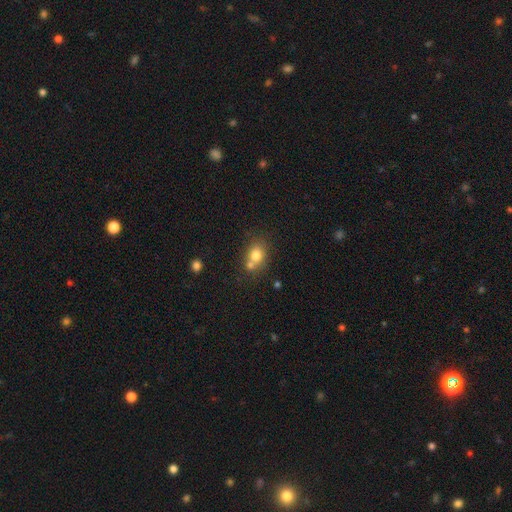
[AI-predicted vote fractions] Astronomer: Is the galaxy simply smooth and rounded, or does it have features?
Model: smooth — 76%.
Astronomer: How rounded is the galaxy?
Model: round — 61% (runner-up: in between, 38%).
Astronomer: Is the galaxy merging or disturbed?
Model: none — 47% (runner-up: merger, 38%).